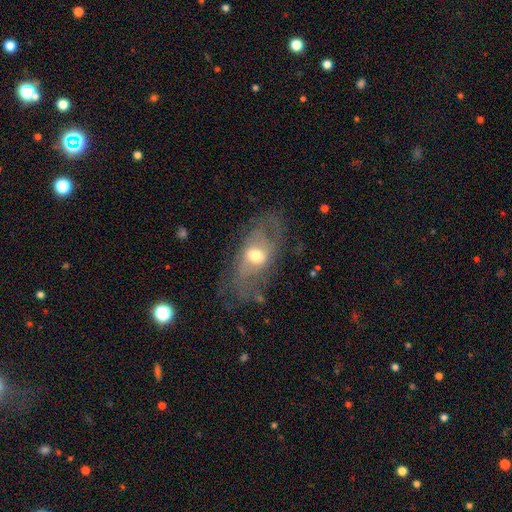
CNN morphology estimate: The model was most divided on "smooth or featured": featured or disk: 57%, smooth: 35%, star or artifact: 8%. More confident: edge-on disk — no (86%); merging — none (57%).